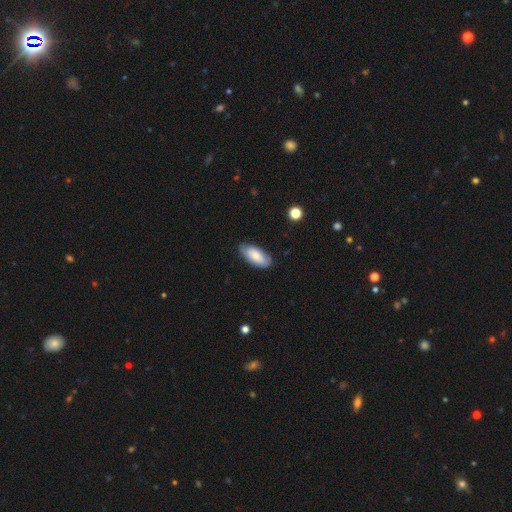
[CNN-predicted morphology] Overall: smooth (74%). How rounded: in between (90%). Merging: none (79%).